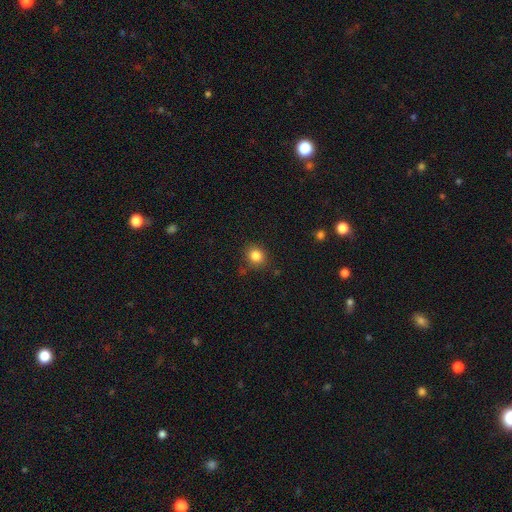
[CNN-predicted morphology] A smooth galaxy with no disk features (83%) that is round (75%).

Vote fractions:
- Smooth or featured? smooth: 83% / star or artifact: 11% / featured or disk: 5%
- How rounded? round: 75% / in between: 24% / cigar-shaped: 1%
- Merging? none: 84% / minor disturbance: 11% / major disturbance: 3% / merger: 2%